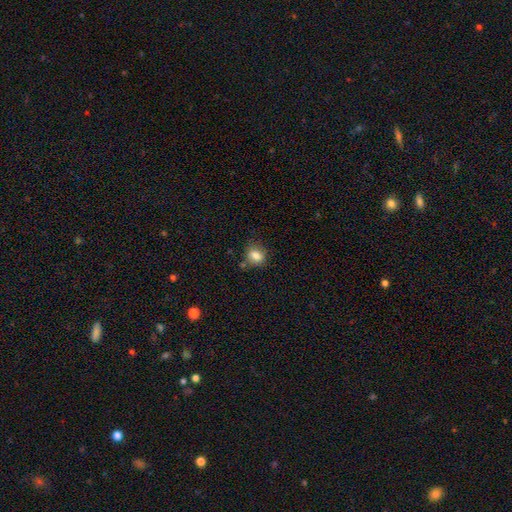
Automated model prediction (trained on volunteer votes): Smooth or featured? smooth (81%)
How rounded? in between (52%)
Merging? none (68%)